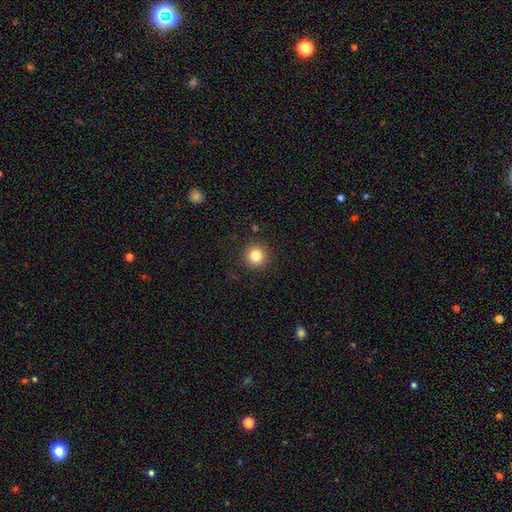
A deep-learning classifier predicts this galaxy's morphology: Q: Smooth or featured?
A: smooth (82%); runner-up: star or artifact (12%)
Q: How rounded?
A: round (95%); runner-up: in between (4%)
Q: Merging?
A: none (91%); runner-up: minor disturbance (6%)